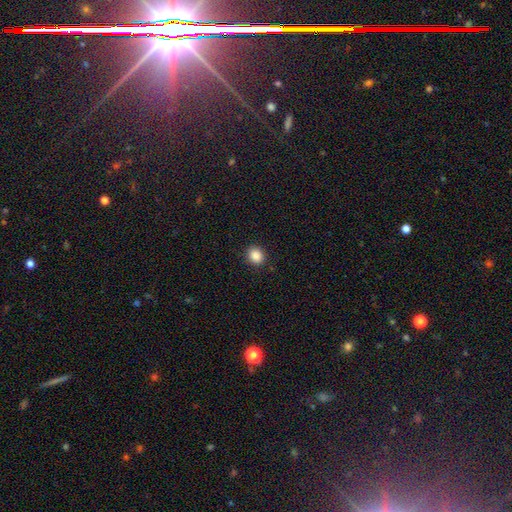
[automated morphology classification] This is clearly a smooth galaxy (88%). How rounded: likely round (73%). Merging: clearly none (90%).